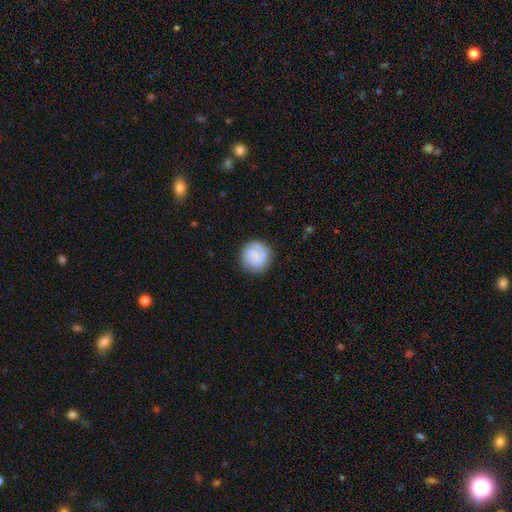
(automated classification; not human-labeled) Smooth or featured?
  - smooth: 55% *
  - featured or disk: 39%
  - star or artifact: 6%
How rounded?
  - round: 92% *
  - in between: 7%
  - cigar-shaped: 1%
Merging?
  - none: 84% *
  - minor disturbance: 11%
  - major disturbance: 4%
  - merger: 1%